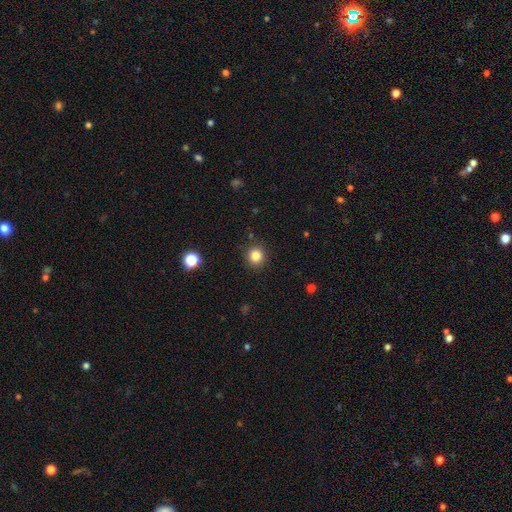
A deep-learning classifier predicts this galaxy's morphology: Smooth or featured? smooth (83%)
How rounded? round (91%)
Merging? none (90%)